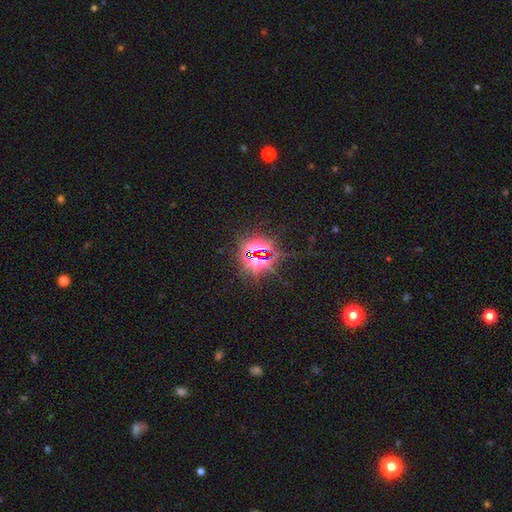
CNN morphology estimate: Smooth or featured? Predicted: star or artifact (p=0.78).